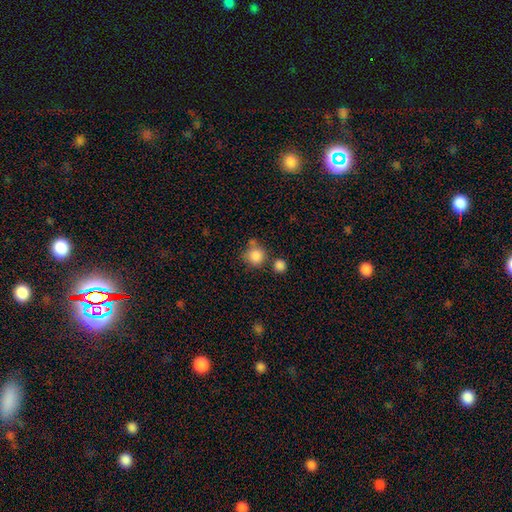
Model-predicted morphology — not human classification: Smooth or featured: smooth — 85% (star or artifact — 10%)
How rounded: round — 90% (in between — 9%)
Merging: none — 63% (merger — 19%)